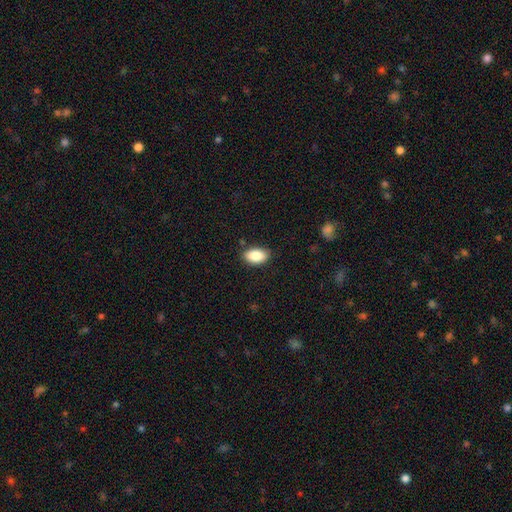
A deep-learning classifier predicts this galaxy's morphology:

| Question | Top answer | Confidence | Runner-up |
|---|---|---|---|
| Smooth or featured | smooth | 86% | star or artifact (7%) |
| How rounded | in between | 92% | round (6%) |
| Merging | none | 86% | minor disturbance (11%) |